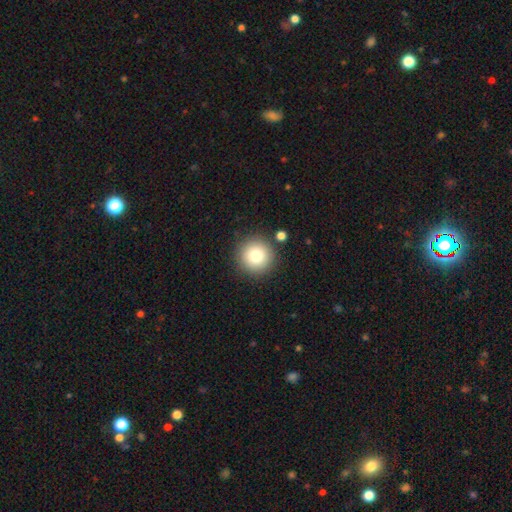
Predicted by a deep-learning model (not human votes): smooth_or_featured: smooth (p=0.79) [alt: star or artifact p=0.11]
how_rounded: round (p=0.95) [alt: in between p=0.04]
merging: none (p=0.86) [alt: minor disturbance p=0.07]